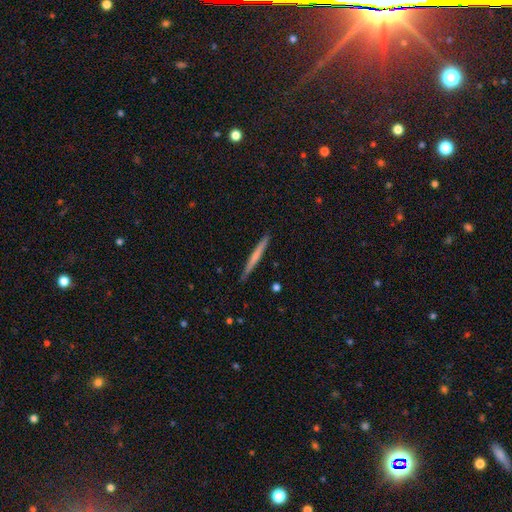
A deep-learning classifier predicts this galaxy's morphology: smooth 56%, featured or disk 39%, star or artifact 5%. Down the decision tree: how rounded — cigar-shaped (97%); merging — none (90%).